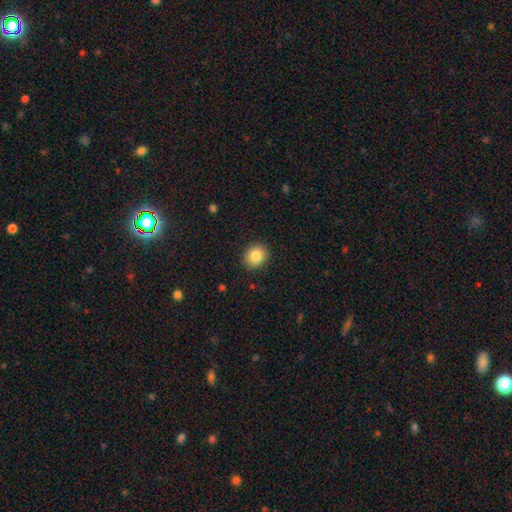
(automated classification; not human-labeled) A smooth galaxy with no disk features (85%) that is round (74%).

Vote fractions:
- Smooth or featured? smooth: 85% / star or artifact: 9% / featured or disk: 7%
- How rounded? round: 74% / in between: 25% / cigar-shaped: 1%
- Merging? none: 90% / minor disturbance: 7% / major disturbance: 2% / merger: 1%